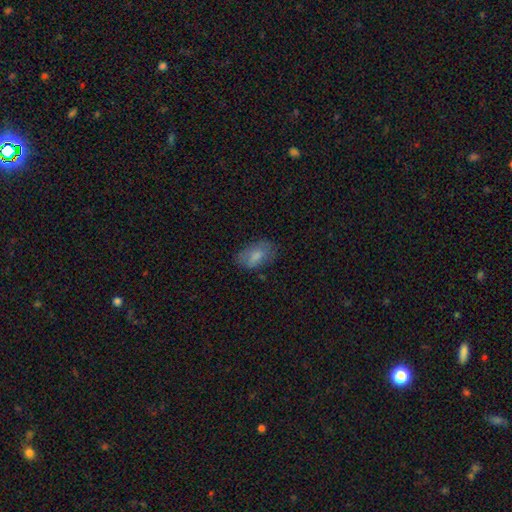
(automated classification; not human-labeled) This is likely a smooth galaxy (74%). How rounded: clearly in between (92%). Merging: likely none (67%).